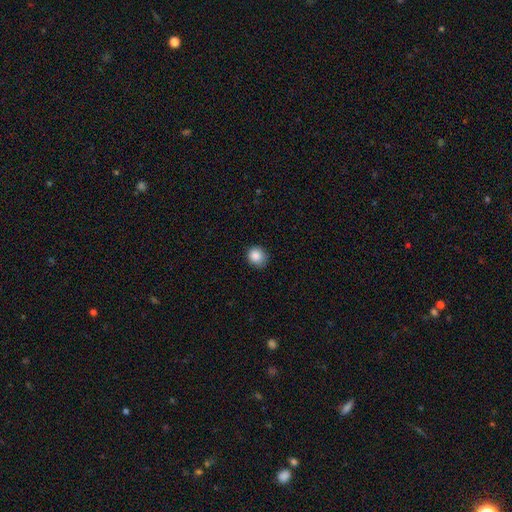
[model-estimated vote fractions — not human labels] A smooth galaxy with no disk features (87%) that is round (77%). Merging: none (76%).